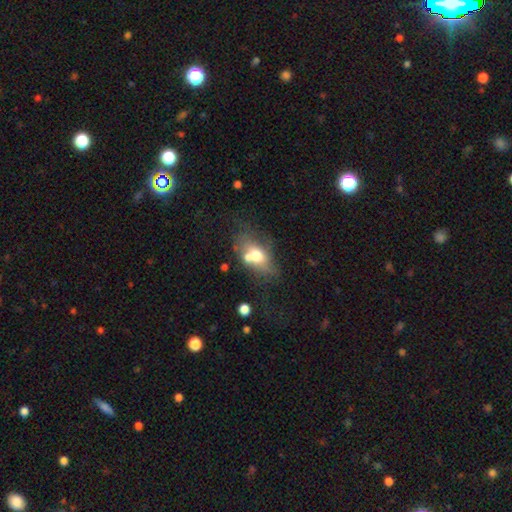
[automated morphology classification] A smooth galaxy with no disk features (59%) that is in between round and cigar-shaped (77%).

Vote fractions:
- Smooth or featured? smooth: 59% / featured or disk: 30% / star or artifact: 10%
- How rounded? in between: 77% / round: 20% / cigar-shaped: 3%
- Merging? merger: 34% / none: 33% / minor disturbance: 19% / major disturbance: 14%